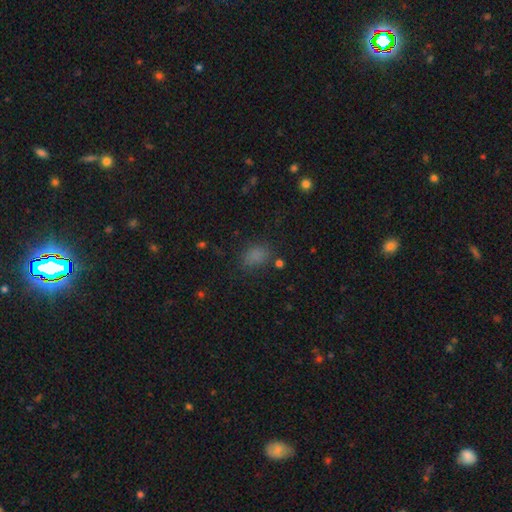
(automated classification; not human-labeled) This appears to be a smooth galaxy with no disk features (77%) that is in between round and cigar-shaped (76%). Merging: none (72%).